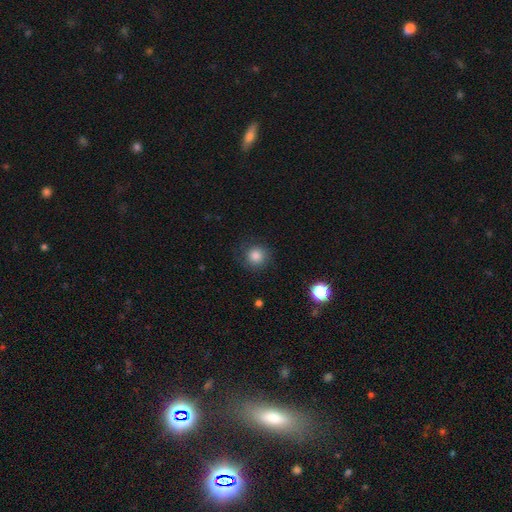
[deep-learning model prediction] Smooth or featured?
  - smooth: 80% *
  - star or artifact: 11%
  - featured or disk: 9%
How rounded?
  - round: 93% *
  - in between: 7%
  - cigar-shaped: 1%
Merging?
  - none: 80% *
  - minor disturbance: 13%
  - major disturbance: 6%
  - merger: 1%